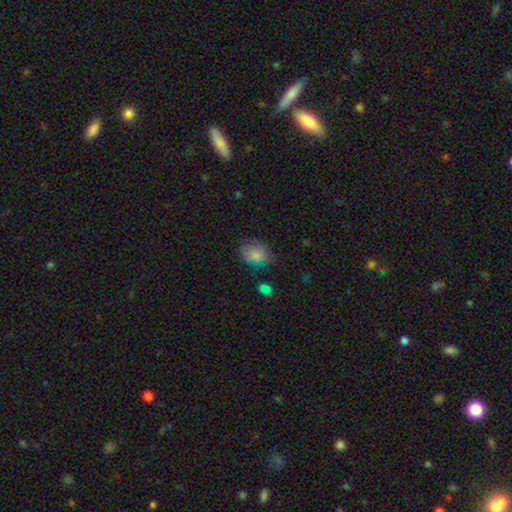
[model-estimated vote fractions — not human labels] smooth 82%, star or artifact 10%, featured or disk 8%. Down the decision tree: how rounded — in between (69%); merging — none (65%).